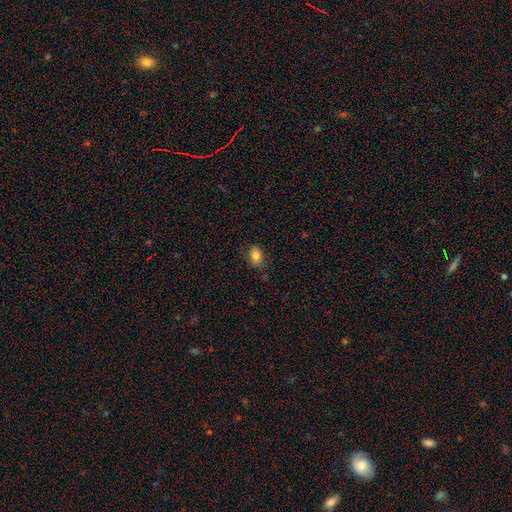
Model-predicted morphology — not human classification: The model was most divided on "how rounded": in between: 81%, round: 18%, cigar-shaped: 1%. More confident: smooth or featured — smooth (83%); merging — none (80%).